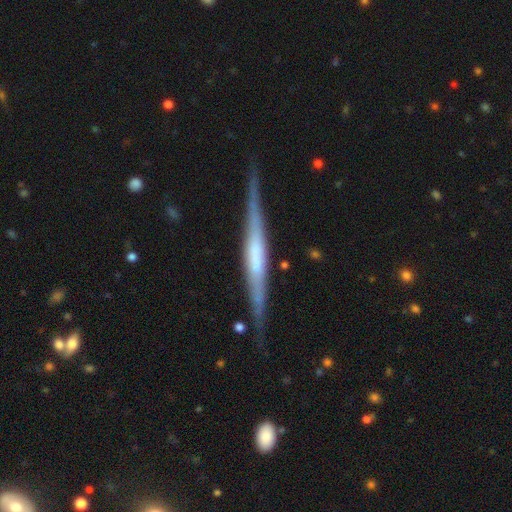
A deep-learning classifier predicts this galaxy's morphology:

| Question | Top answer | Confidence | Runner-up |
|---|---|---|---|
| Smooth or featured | featured or disk | 73% | smooth (22%) |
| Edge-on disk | yes | 96% | no (4%) |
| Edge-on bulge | boxy | 38% | none (34%) |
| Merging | none | 82% | minor disturbance (14%) |